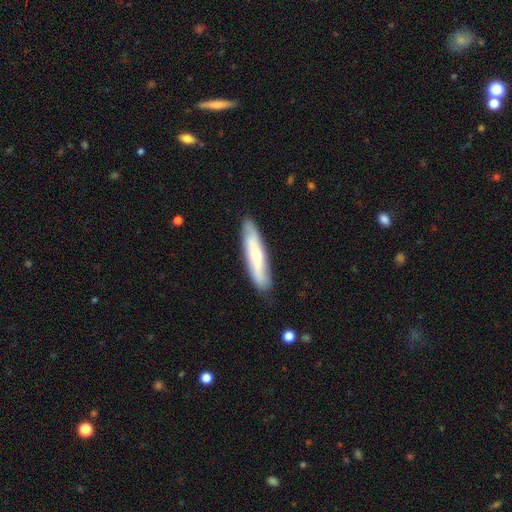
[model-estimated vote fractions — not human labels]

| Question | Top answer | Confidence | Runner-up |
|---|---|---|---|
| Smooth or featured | smooth | 57% | featured or disk (37%) |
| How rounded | cigar-shaped | 82% | in between (16%) |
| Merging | none | 86% | minor disturbance (11%) |